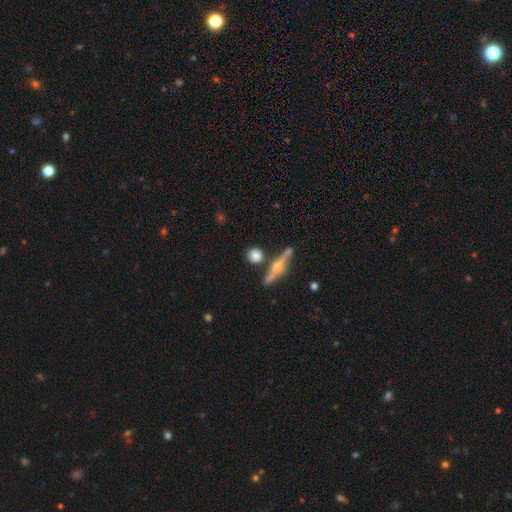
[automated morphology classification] A smooth galaxy with no disk features (68%) that is round (82%). Merging: none (77%).